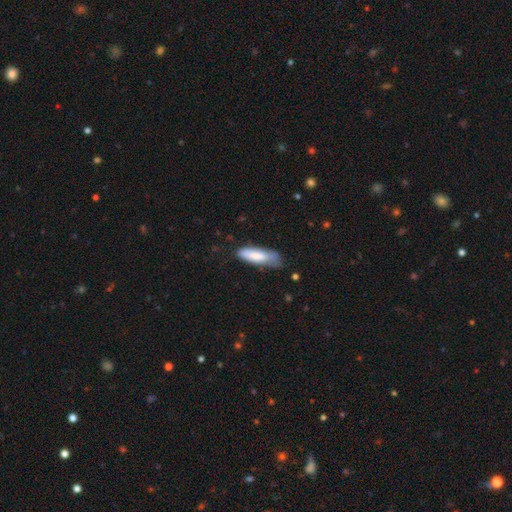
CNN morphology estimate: Smooth or featured? smooth (79%)
How rounded? cigar-shaped (50%)
Merging? none (48%)